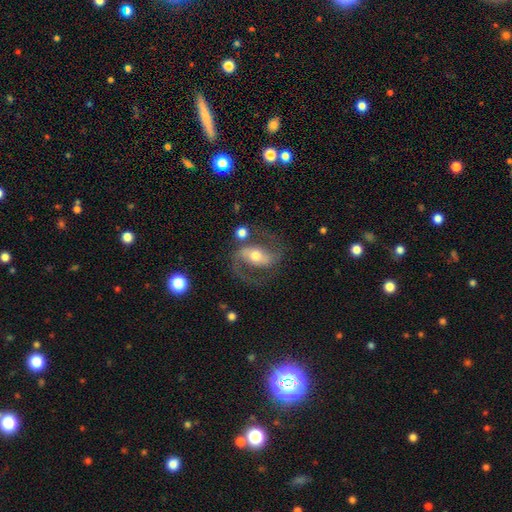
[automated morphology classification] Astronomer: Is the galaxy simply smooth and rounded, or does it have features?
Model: featured or disk — 82%.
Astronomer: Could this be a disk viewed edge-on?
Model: no — 97%.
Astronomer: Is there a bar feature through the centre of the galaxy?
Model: strong — 39% (runner-up: weak, 37%).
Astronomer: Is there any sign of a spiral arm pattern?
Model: yes — 93%.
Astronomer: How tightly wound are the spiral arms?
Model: medium — 55% (runner-up: loose, 32%).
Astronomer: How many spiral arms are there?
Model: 2 — 89%.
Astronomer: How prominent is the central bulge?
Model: moderate — 67%.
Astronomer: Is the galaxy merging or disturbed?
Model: none — 65%.